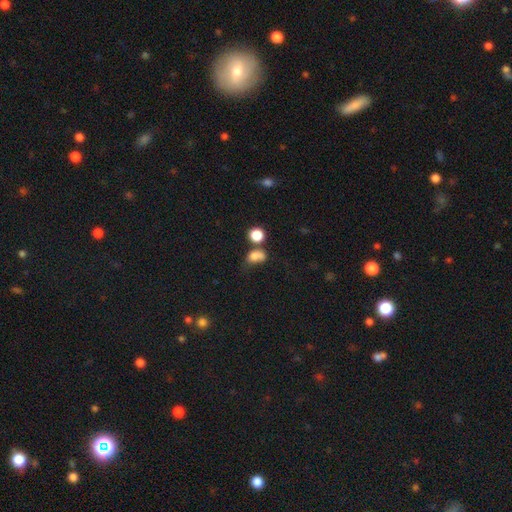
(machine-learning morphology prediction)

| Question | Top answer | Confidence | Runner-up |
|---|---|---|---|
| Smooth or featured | smooth | 76% | star or artifact (14%) |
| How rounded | in between | 56% | round (42%) |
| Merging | merger | 36% | none (32%) |